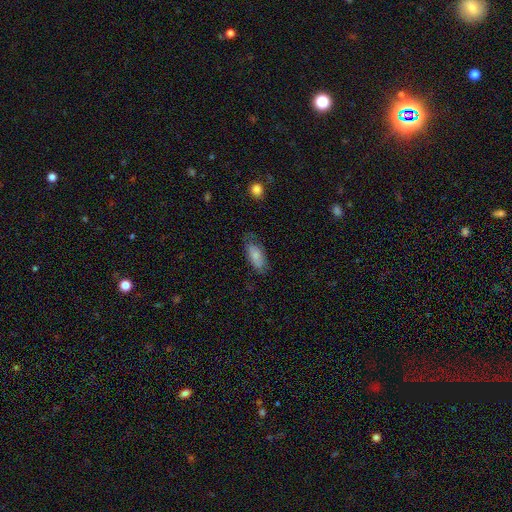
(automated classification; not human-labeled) Morphology: type=smooth (75%); roundness=in between (84%); merging=none (61%).